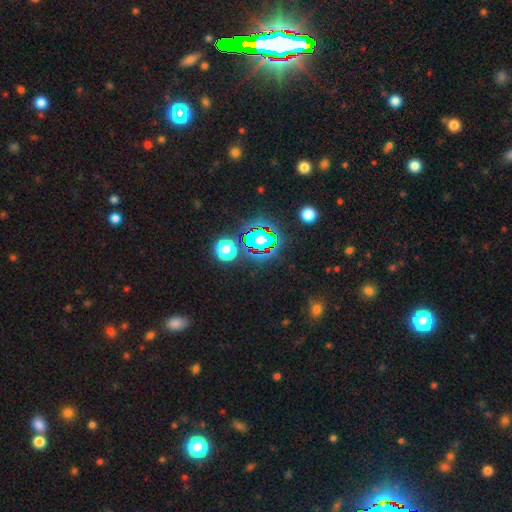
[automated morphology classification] The model was most divided on "smooth or featured": star or artifact: 80%, smooth: 13%, featured or disk: 7%.